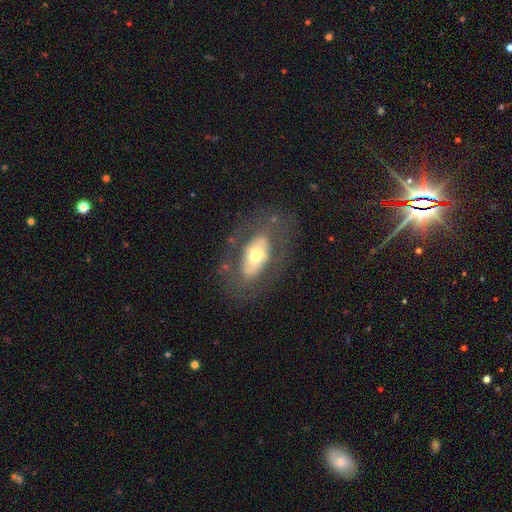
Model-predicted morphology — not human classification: smooth_or_featured: featured or disk (p=0.55) [alt: smooth p=0.37]
disk_edge_on: no (p=0.90) [alt: yes p=0.10]
merging: none (p=0.68) [alt: minor disturbance p=0.16]